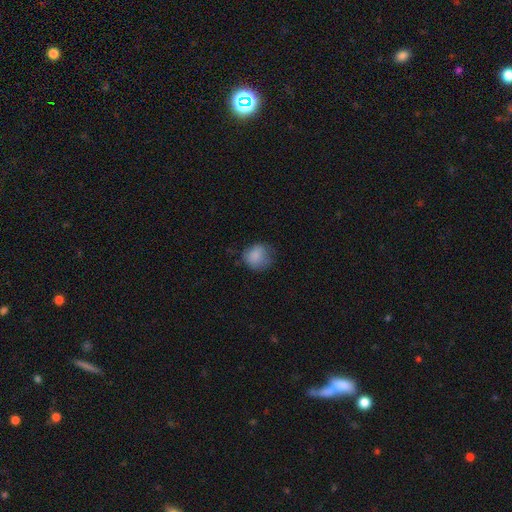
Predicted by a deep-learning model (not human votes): A smooth galaxy with no disk features (85%) that is round (76%). Merging: none (59%).